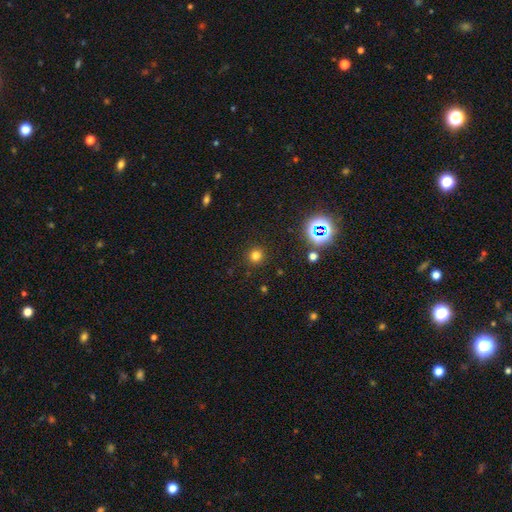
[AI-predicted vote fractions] Overall: smooth (75%). How rounded: round (93%). Merging: none (90%).